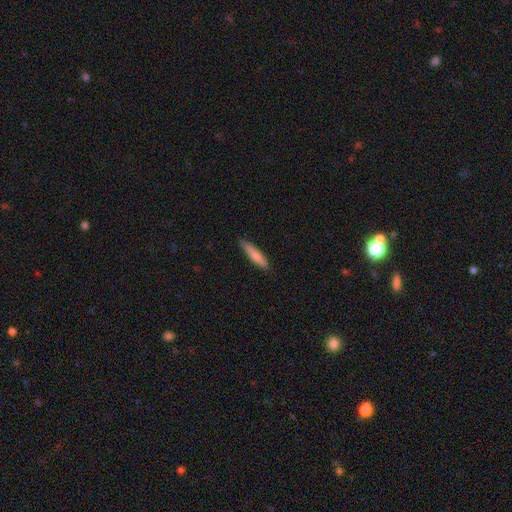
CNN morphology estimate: A smooth galaxy with no disk features (76%) that is cigar-shaped (87%). Merging: none (87%).